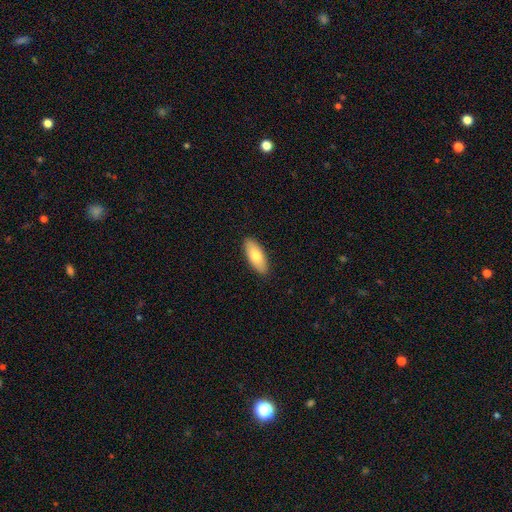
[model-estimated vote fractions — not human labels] Q: Smooth or featured?
A: smooth (76%); runner-up: featured or disk (18%)
Q: How rounded?
A: in between (83%); runner-up: cigar-shaped (15%)
Q: Merging?
A: none (89%); runner-up: minor disturbance (8%)